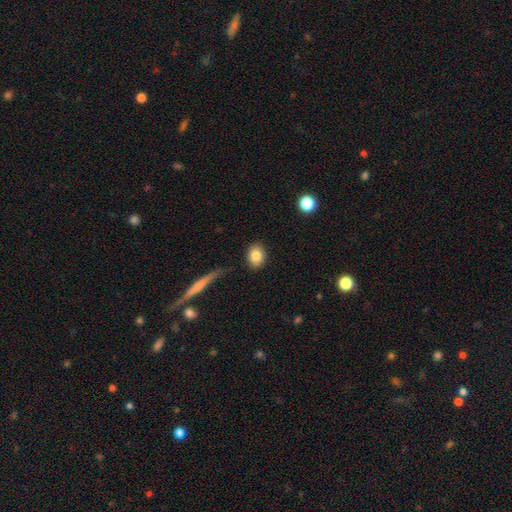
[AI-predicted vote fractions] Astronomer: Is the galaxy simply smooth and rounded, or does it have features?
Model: smooth — 82%.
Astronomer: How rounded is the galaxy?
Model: in between — 51% (runner-up: round, 47%).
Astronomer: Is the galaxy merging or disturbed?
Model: none — 87%.